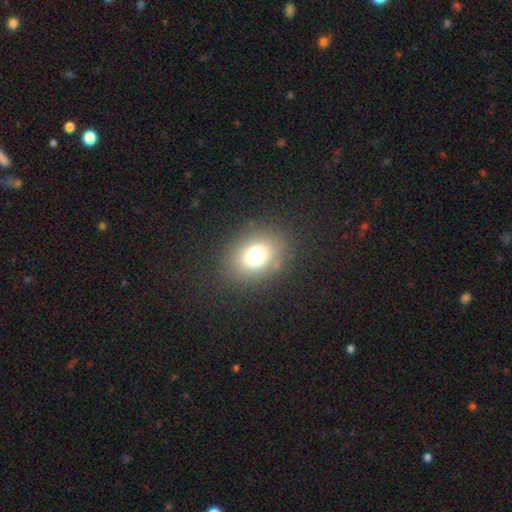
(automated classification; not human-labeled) This appears to be a smooth galaxy with no disk features (71%) that is round (53%). Merging: none (83%).